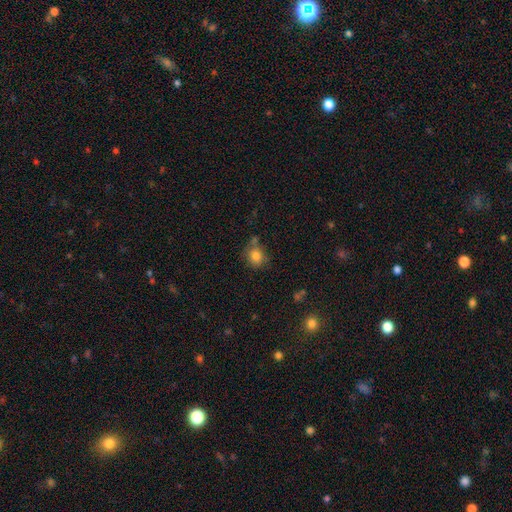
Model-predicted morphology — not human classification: type=smooth (82%); roundness=round (74%); merging=none (67%).